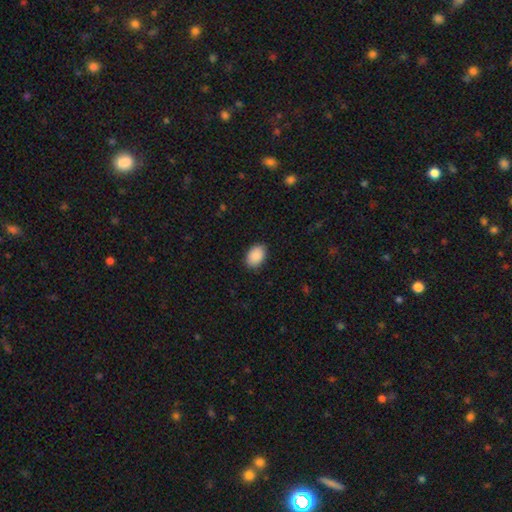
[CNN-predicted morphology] A smooth galaxy with no disk features (90%) that is in between round and cigar-shaped (85%).

Vote fractions:
- Smooth or featured? smooth: 90% / star or artifact: 7% / featured or disk: 3%
- How rounded? in between: 85% / round: 14% / cigar-shaped: 1%
- Merging? none: 87% / minor disturbance: 10% / major disturbance: 2% / merger: 1%